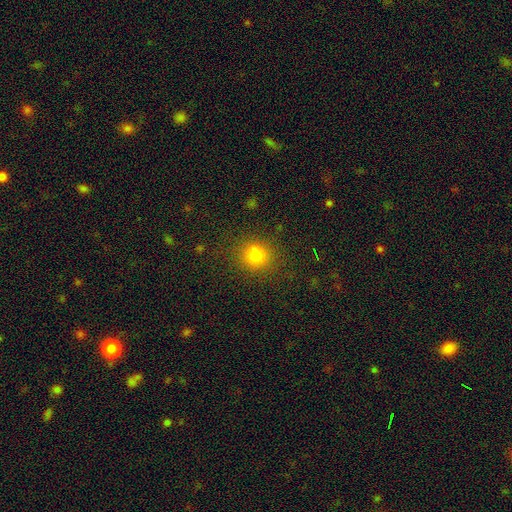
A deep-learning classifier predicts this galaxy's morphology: Overall: smooth (78%). How rounded: round (85%). Merging: none (84%).